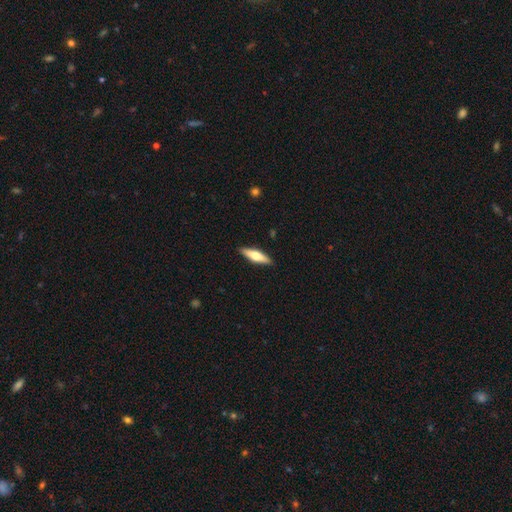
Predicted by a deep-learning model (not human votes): Smooth or featured: featured or disk — 48% (smooth — 46%)
Merging: none — 90% (minor disturbance — 7%)